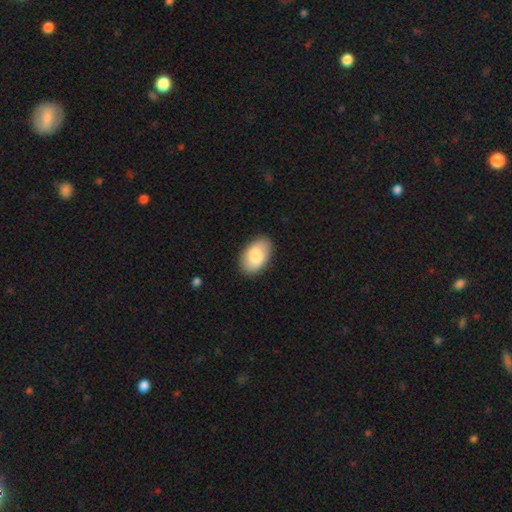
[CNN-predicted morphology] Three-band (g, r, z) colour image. It shows a smooth galaxy with no disk features (76%) that is in between round and cigar-shaped (93%). Merging: none (87%).